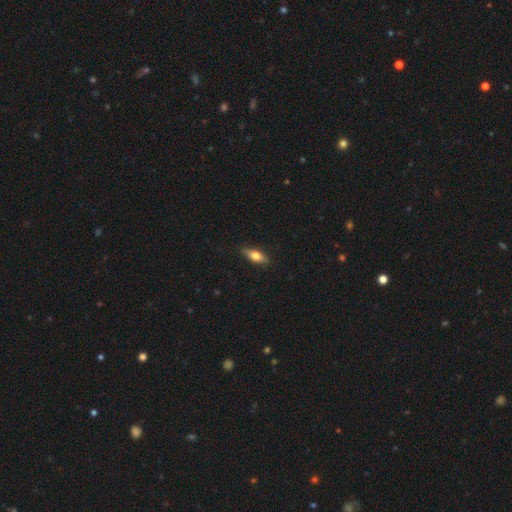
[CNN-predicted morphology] This is possibly a smooth galaxy (60%). How rounded: possibly in between (59%). Merging: clearly none (86%).